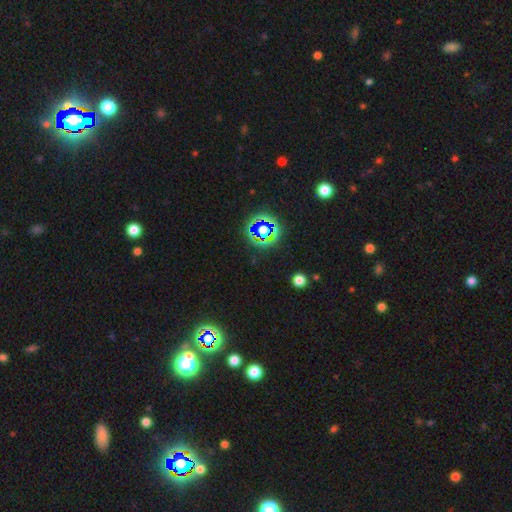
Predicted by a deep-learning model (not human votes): This is likely a star or artifact rather than a galaxy (77%).